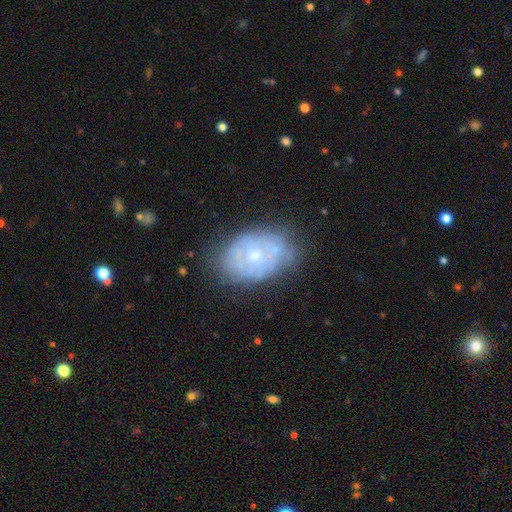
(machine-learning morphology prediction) Smooth or featured? featured or disk (62%)
Edge-on disk? no (96%)
Bar? no (85%)
Spiral arms? no (59%)
Bulge size? small (51%)
Merging? none (64%)